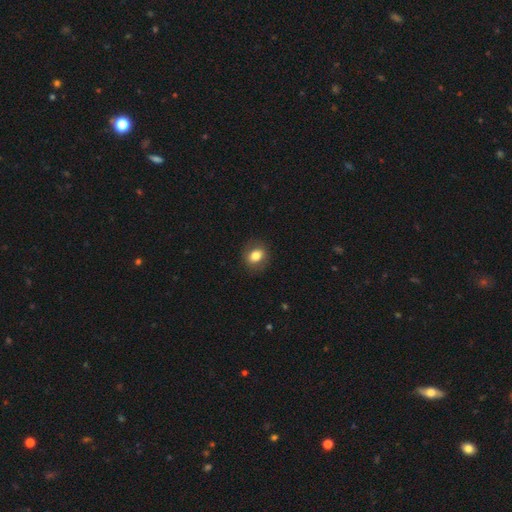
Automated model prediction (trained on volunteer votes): Overall: smooth (79%). How rounded: in between (51%; round 48%). Merging: none (86%).